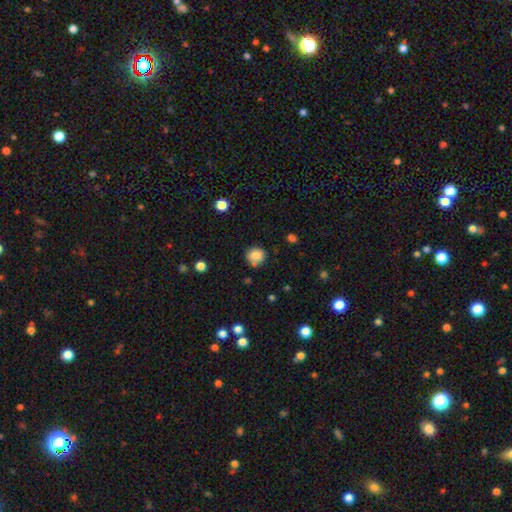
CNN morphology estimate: This is clearly a smooth galaxy (83%). How rounded: clearly round (84%). Merging: likely none (73%).